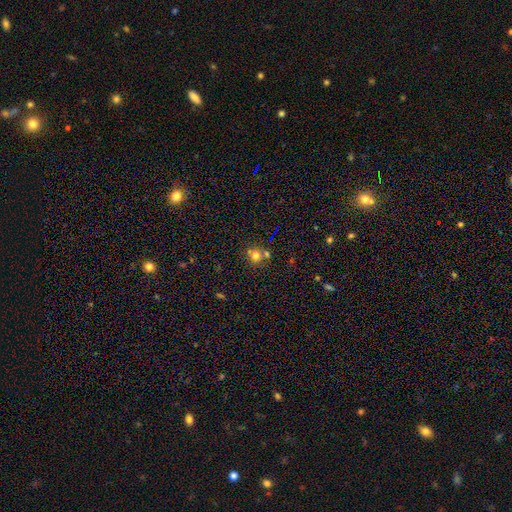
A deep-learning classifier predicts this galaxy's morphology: type=smooth (70%); roundness=round (86%); merging=none (60%).